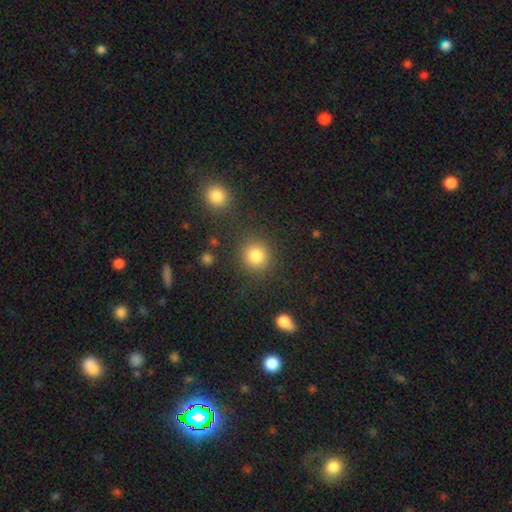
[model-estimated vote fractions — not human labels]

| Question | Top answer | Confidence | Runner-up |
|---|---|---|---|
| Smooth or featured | smooth | 83% | star or artifact (12%) |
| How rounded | round | 89% | in between (10%) |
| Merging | none | 84% | minor disturbance (8%) |